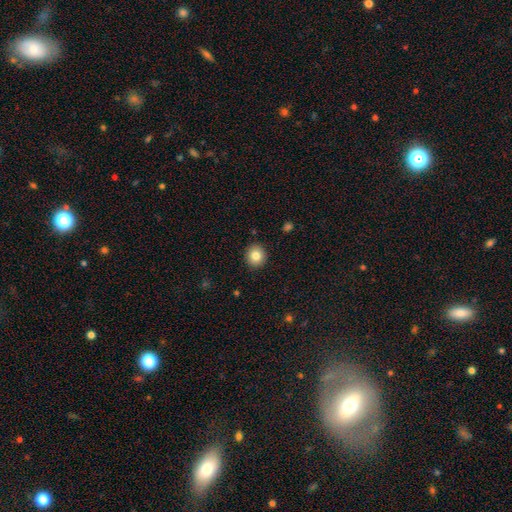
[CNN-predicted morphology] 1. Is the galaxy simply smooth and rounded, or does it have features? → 83% smooth, 10% star or artifact, 8% featured or disk.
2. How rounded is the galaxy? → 87% round, 12% in between, 1% cigar-shaped.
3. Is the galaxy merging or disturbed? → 91% none, 6% minor disturbance, 2% major disturbance, 1% merger.